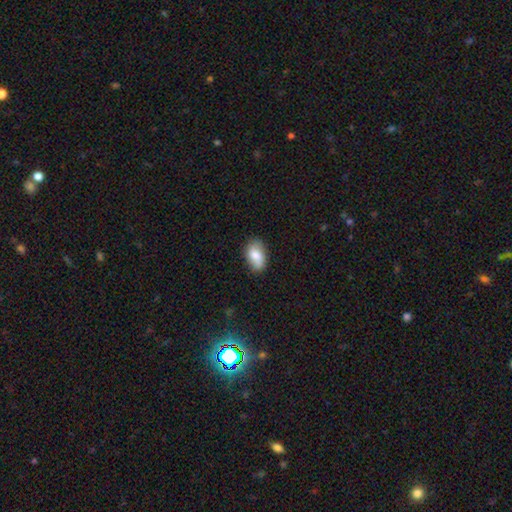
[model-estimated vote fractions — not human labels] Smooth or featured? smooth (80%)
How rounded? in between (90%)
Merging? none (71%)